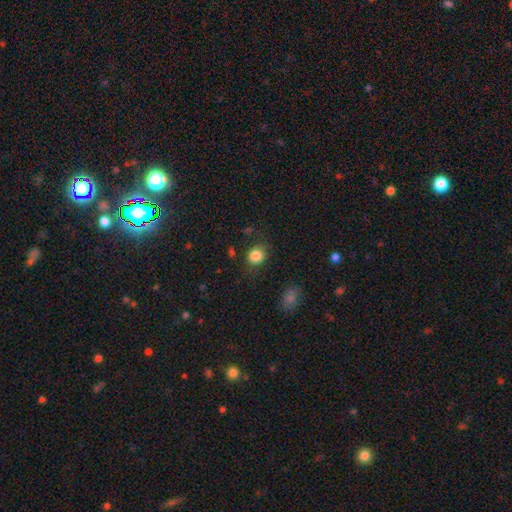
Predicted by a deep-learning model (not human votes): smooth_or_featured: smooth (p=0.85) [alt: star or artifact p=0.10]
how_rounded: round (p=0.72) [alt: in between p=0.27]
merging: none (p=0.77) [alt: minor disturbance p=0.16]